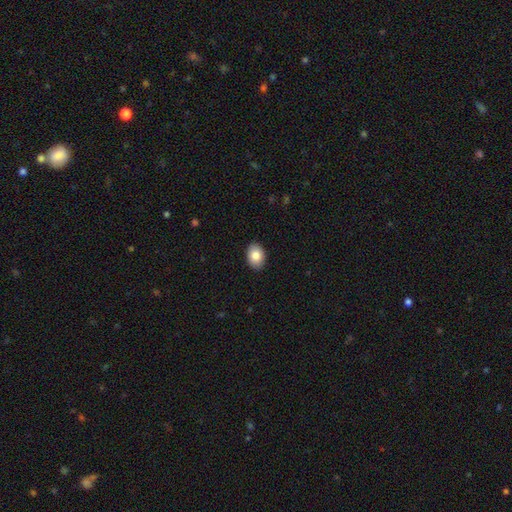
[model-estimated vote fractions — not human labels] Smooth or featured? Predicted: smooth (p=0.83). How rounded? Predicted: in between (p=0.80). Merging? Predicted: none (p=0.90).